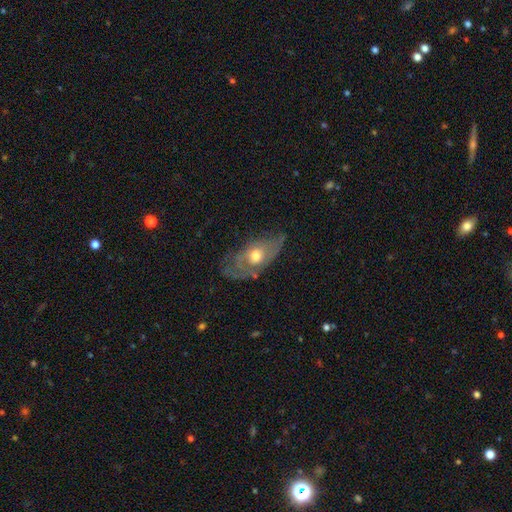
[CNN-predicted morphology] Smooth or featured: featured or disk — 61% (smooth — 33%)
Edge-on disk: no — 85% (yes — 15%)
Bar: no — 83% (weak — 14%)
Spiral arms: yes — 52% (no — 48%)
Bulge size: moderate — 71% (large — 15%)
Merging: none — 48% (minor disturbance — 30%)